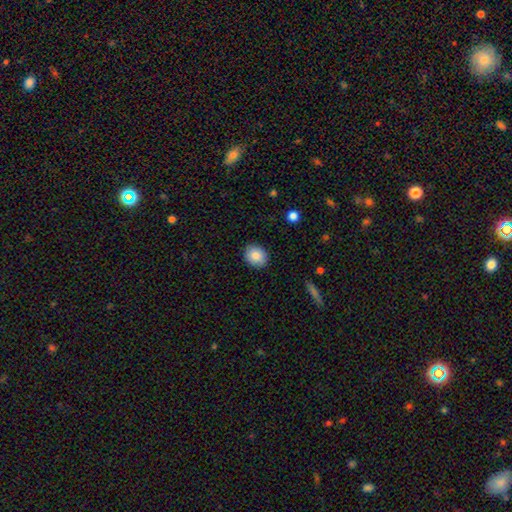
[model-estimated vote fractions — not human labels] Morphology: type=smooth (86%); roundness=round (57%); merging=none (88%).